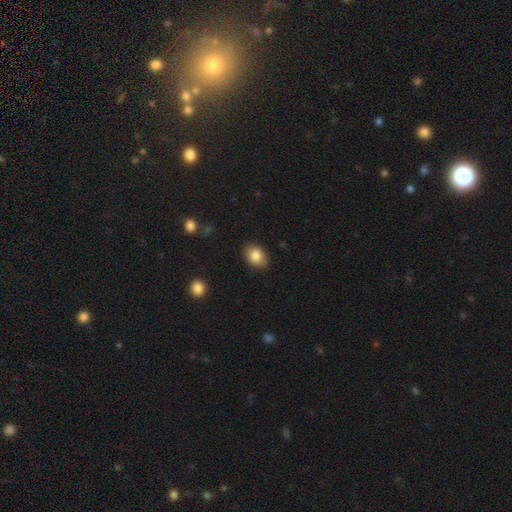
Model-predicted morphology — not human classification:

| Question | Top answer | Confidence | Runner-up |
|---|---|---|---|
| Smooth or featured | smooth | 84% | star or artifact (8%) |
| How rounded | in between | 74% | round (25%) |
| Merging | none | 85% | minor disturbance (11%) |